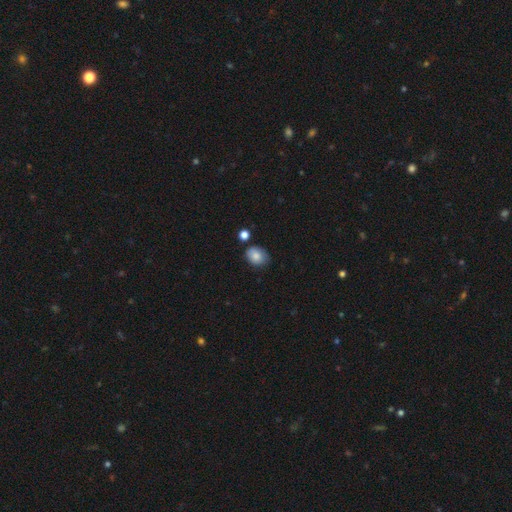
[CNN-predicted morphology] smooth 82%, star or artifact 9%, featured or disk 9%. Down the decision tree: how rounded — in between (51%); merging — none (72%).